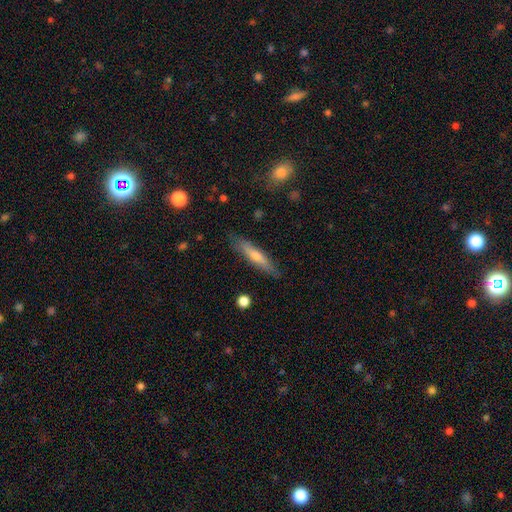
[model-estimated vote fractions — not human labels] Smooth or featured? Predicted: smooth (p=0.51). How rounded? Predicted: cigar-shaped (p=0.88). Merging? Predicted: none (p=0.85).